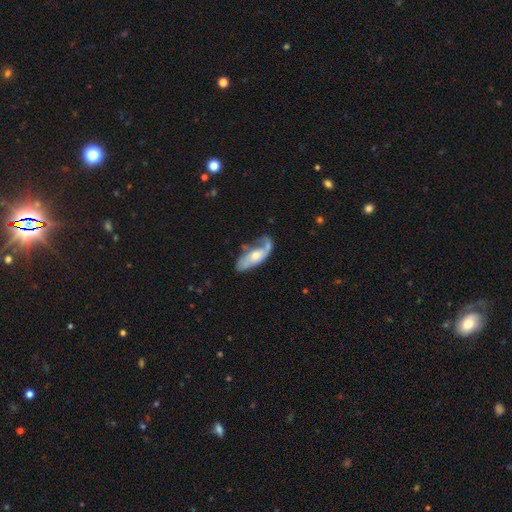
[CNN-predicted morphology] featured or disk 60%, smooth 35%, star or artifact 6%. Down the decision tree: edge-on disk — no (84%); bar — no (72%); spiral arms — yes (73%); bulge size — moderate (58%); merging — none (40%).